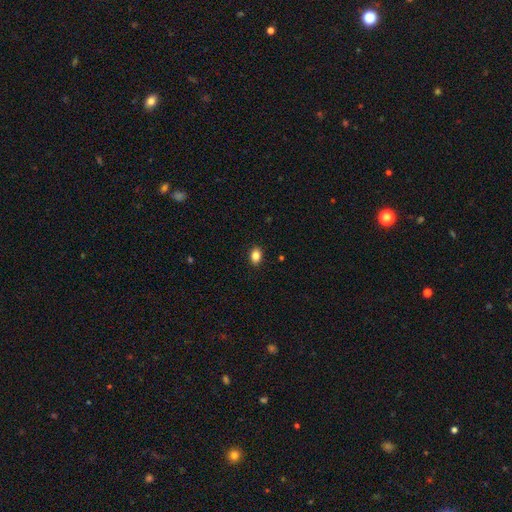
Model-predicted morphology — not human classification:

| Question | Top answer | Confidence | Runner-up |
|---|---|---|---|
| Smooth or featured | smooth | 86% | star or artifact (9%) |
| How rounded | in between | 78% | round (21%) |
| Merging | none | 90% | minor disturbance (7%) |